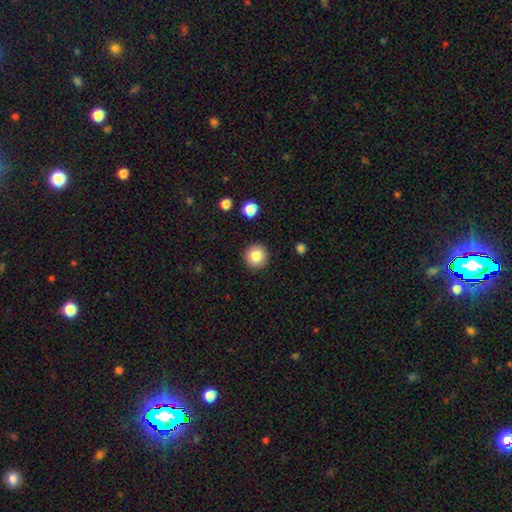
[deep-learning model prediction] smooth_or_featured: smooth (p=0.84) [alt: star or artifact p=0.10]
how_rounded: round (p=0.95) [alt: in between p=0.04]
merging: none (p=0.91) [alt: minor disturbance p=0.06]